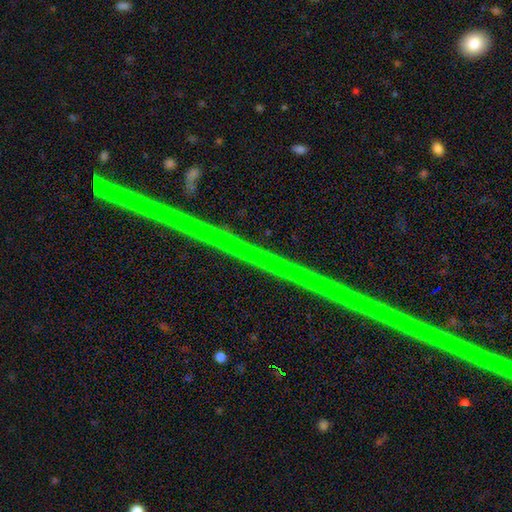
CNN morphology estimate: Smooth or featured? star or artifact (88%)